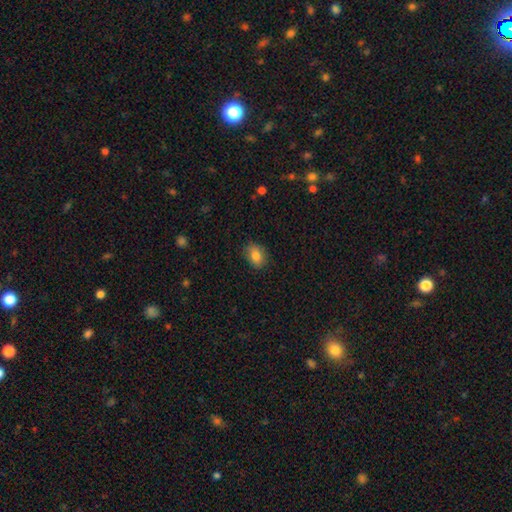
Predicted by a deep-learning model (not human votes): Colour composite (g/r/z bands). It shows a smooth galaxy with no disk features (83%) that is in between round and cigar-shaped (68%). Merging: none (84%).